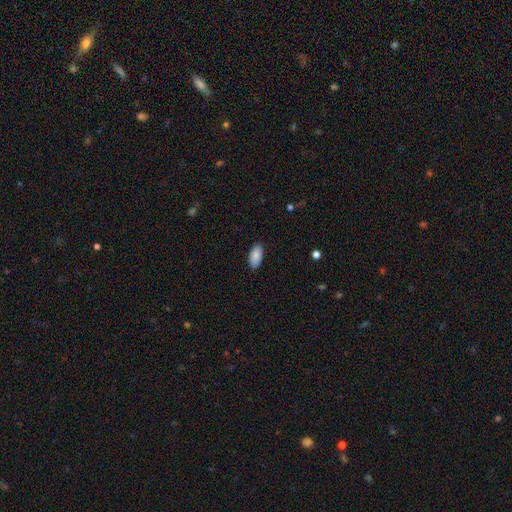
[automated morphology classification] Smooth or featured?
  - smooth: 89% *
  - star or artifact: 6%
  - featured or disk: 5%
How rounded?
  - in between: 93% *
  - cigar-shaped: 5%
  - round: 2%
Merging?
  - none: 87% *
  - minor disturbance: 10%
  - major disturbance: 2%
  - merger: 1%